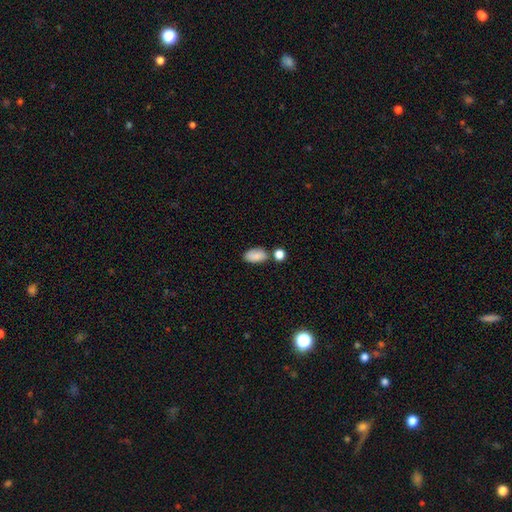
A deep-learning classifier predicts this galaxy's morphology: The model was most divided on "merging": none: 63%, minor disturbance: 17%, merger: 16%, major disturbance: 4%. More confident: how rounded — in between (92%); smooth or featured — smooth (85%).